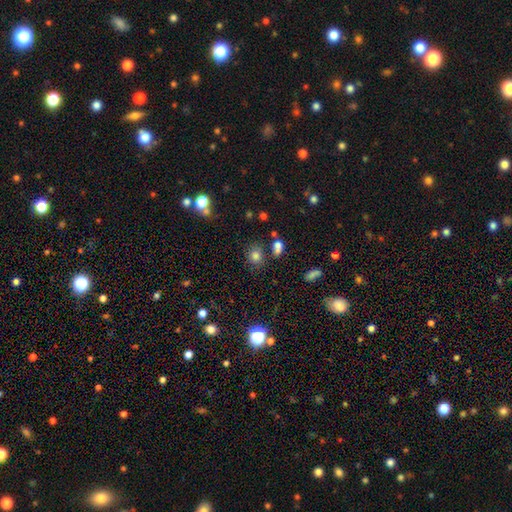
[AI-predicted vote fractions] Morphology: type=smooth (78%); roundness=round (71%); merging=none (71%).